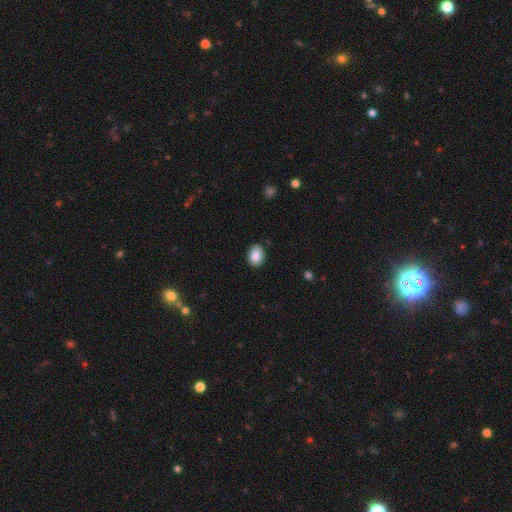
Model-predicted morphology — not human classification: Overall: smooth (88%). How rounded: in between (74%). Merging: none (87%).